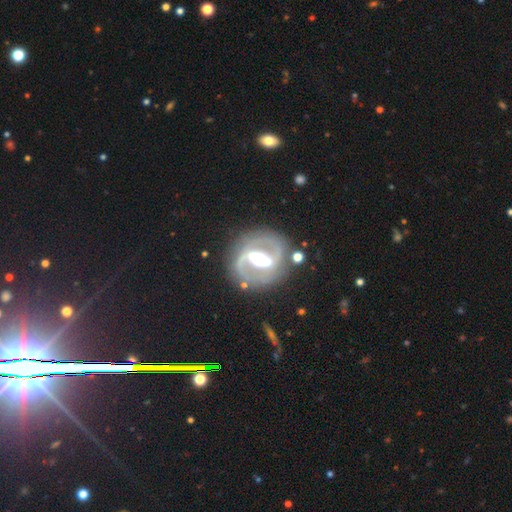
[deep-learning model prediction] Smooth or featured?
  - featured or disk: 88% *
  - smooth: 7%
  - star or artifact: 5%
Edge-on disk?
  - no: 97% *
  - yes: 3%
Bar?
  - strong: 67% *
  - weak: 25%
  - no: 8%
Spiral arms?
  - yes: 91% *
  - no: 9%
Spiral winding?
  - medium: 52% *
  - tight: 34%
  - loose: 14%
Spiral arm count?
  - 2: 92% *
  - can't tell: 3%
  - 1: 2%
  - 3: 1%
  - 4: 1%
  - more than 4: 1%
Bulge size?
  - moderate: 64% *
  - large: 22%
  - small: 11%
  - dominant: 2%
  - none: 1%
Merging?
  - none: 81% *
  - minor disturbance: 11%
  - major disturbance: 5%
  - merger: 3%